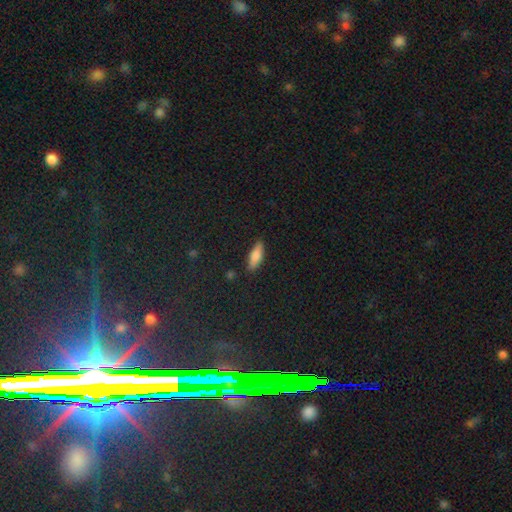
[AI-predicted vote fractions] This is likely a smooth galaxy (79%). How rounded: possibly in between (58%). Merging: clearly none (85%).